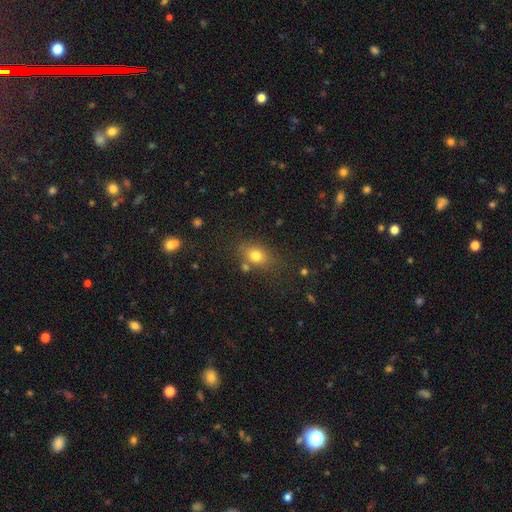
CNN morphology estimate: Q: Smooth or featured?
A: smooth (77%); runner-up: star or artifact (12%)
Q: How rounded?
A: in between (64%); runner-up: round (34%)
Q: Merging?
A: none (70%); runner-up: minor disturbance (16%)